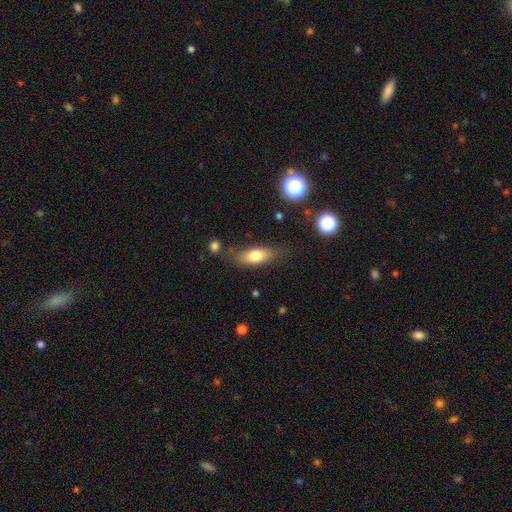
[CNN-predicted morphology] type=smooth (73%); roundness=in between (73%); merging=none (75%).